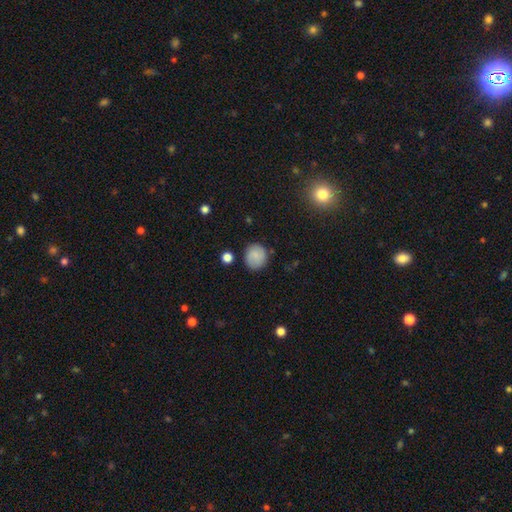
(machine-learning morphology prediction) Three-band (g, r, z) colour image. It shows a smooth galaxy with no disk features (82%) that is round (84%). Merging: none (83%).